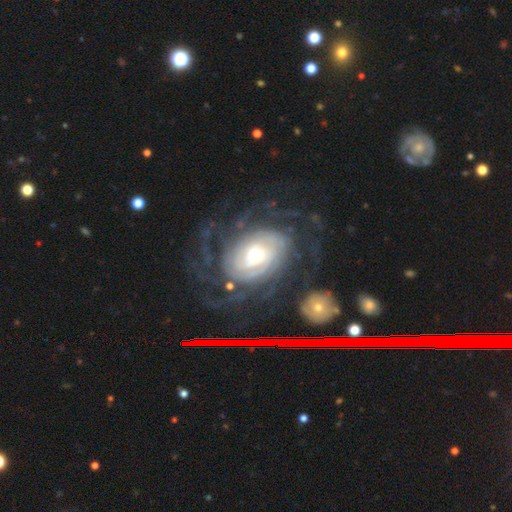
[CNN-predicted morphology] Smooth or featured? Predicted: featured or disk (p=0.89). Edge-on disk? Predicted: no (p=0.97). Bar? Predicted: no (p=0.65). Spiral arms? Predicted: yes (p=0.96). Spiral winding? Predicted: tight (p=0.66). Spiral arm count? Predicted: can't tell (p=0.30). Bulge size? Predicted: moderate (p=0.52). Merging? Predicted: none (p=0.60).